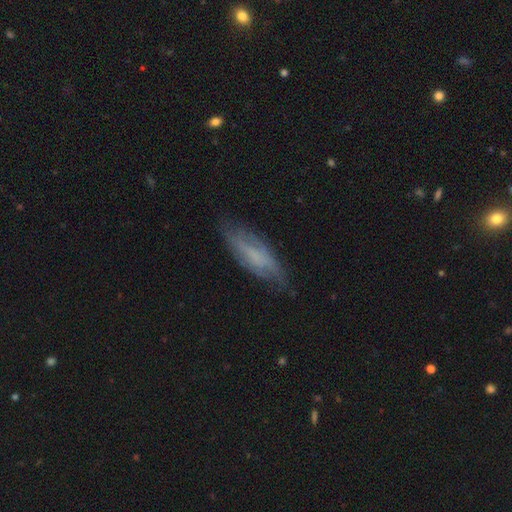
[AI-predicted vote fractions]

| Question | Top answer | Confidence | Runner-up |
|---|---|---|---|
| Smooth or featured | smooth | 46% | featured or disk (45%) |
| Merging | none | 67% | minor disturbance (24%) |